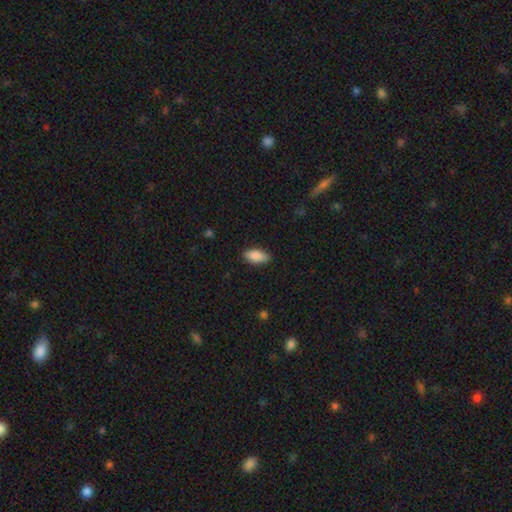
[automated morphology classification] Smooth or featured? Predicted: smooth (p=0.88). How rounded? Predicted: in between (p=0.88). Merging? Predicted: none (p=0.86).